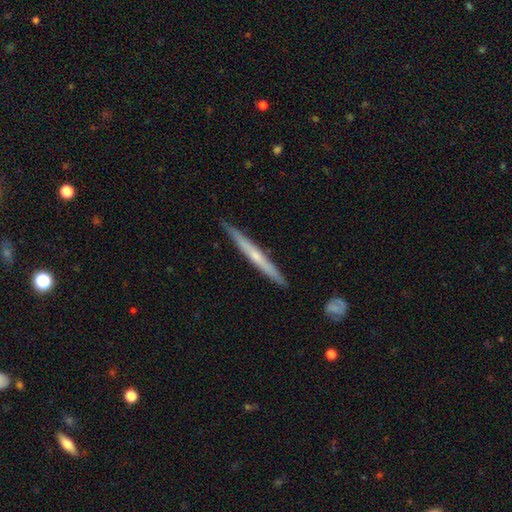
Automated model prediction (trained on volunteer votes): This appears to be a featured or disk galaxy (60%) viewed edge-on (97%) with no central bulge (55%). Merging: none (89%).